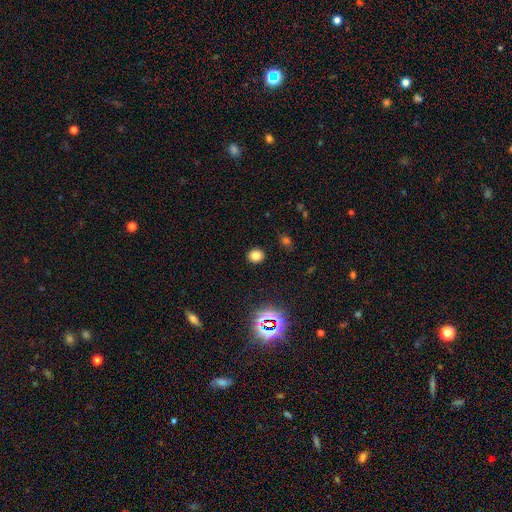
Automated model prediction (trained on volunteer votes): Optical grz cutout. It shows a smooth galaxy with no disk features (78%) that is round (76%). Merging: none (91%).